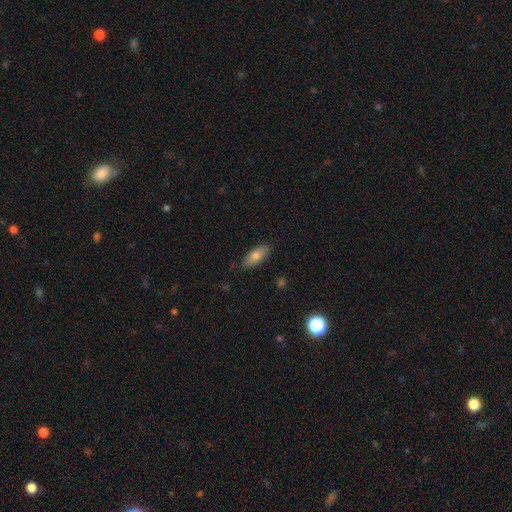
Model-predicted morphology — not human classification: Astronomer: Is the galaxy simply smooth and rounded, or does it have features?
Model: smooth — 73%.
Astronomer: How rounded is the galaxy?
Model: in between — 82%.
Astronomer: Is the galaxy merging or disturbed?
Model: none — 84%.